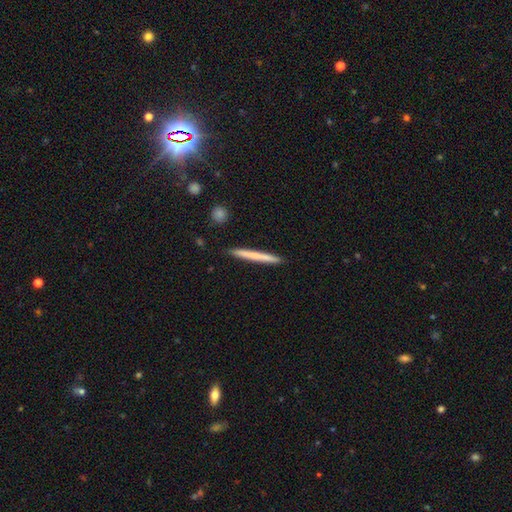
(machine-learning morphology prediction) Smooth or featured? smooth (66%)
How rounded? cigar-shaped (97%)
Merging? none (92%)